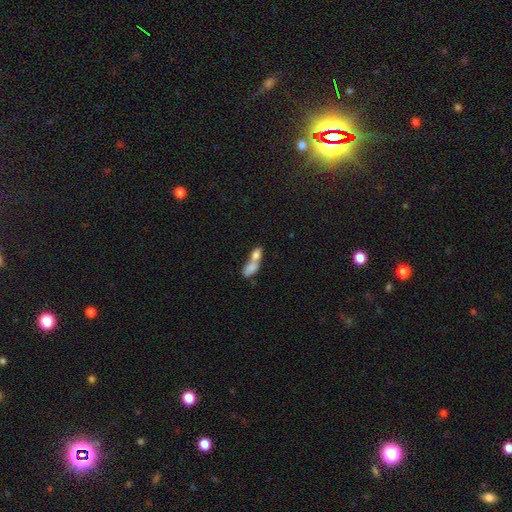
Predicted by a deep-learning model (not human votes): The model was most divided on "how rounded": in between: 74%, cigar-shaped: 16%, round: 10%. More confident: smooth or featured — smooth (75%); merging — merger (75%).